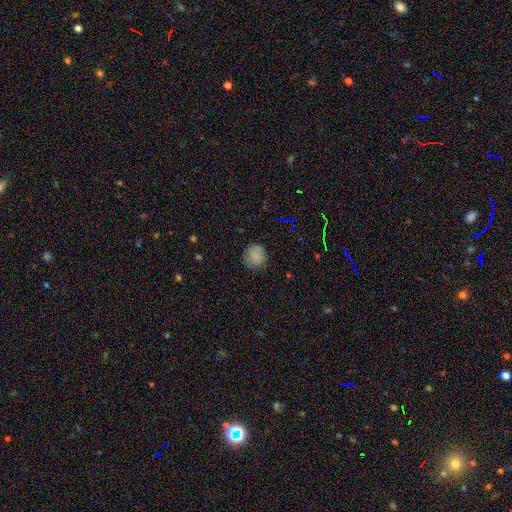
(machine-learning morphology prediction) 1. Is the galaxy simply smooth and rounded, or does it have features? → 81% smooth, 11% star or artifact, 9% featured or disk.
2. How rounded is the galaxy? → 90% round, 9% in between, 1% cigar-shaped.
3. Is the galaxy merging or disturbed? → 84% none, 12% minor disturbance, 3% major disturbance, 1% merger.